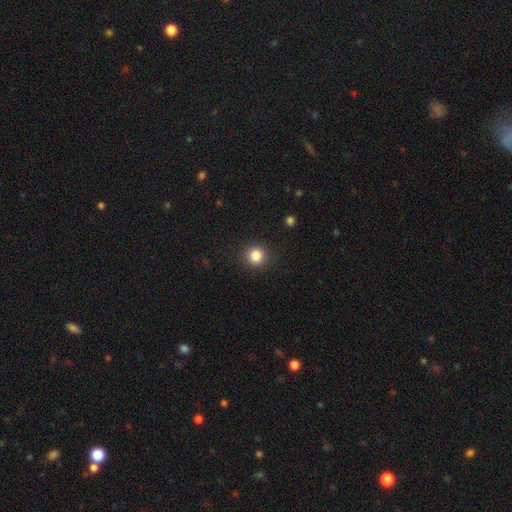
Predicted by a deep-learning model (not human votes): smooth_or_featured: smooth (p=0.84) [alt: star or artifact p=0.11]
how_rounded: round (p=0.93) [alt: in between p=0.06]
merging: none (p=0.91) [alt: minor disturbance p=0.06]